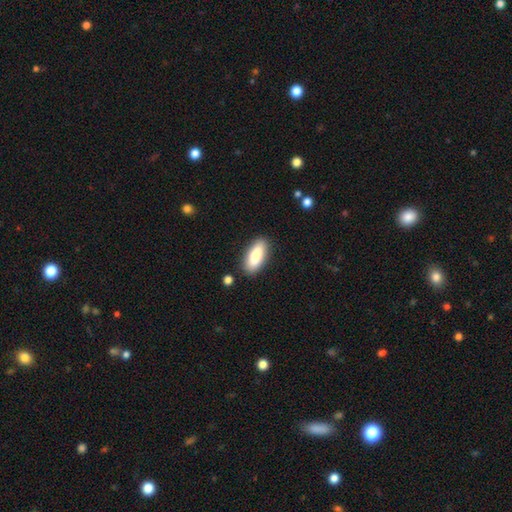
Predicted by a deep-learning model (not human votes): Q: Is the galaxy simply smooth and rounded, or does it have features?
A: smooth — 78%.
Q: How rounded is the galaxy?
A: in between — 81%.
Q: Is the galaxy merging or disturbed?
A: none — 87%.